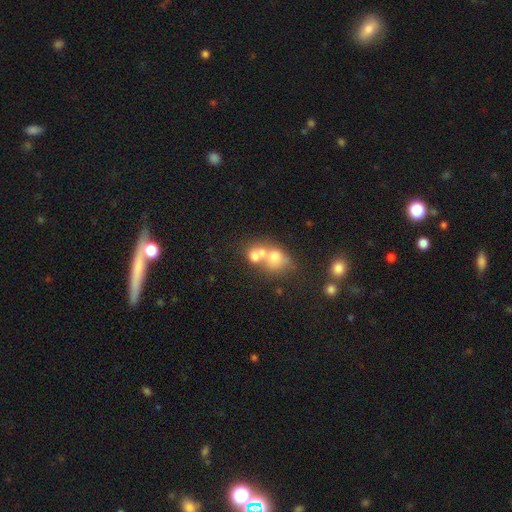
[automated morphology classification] The model was most divided on "how rounded": round: 64%, in between: 35%, cigar-shaped: 2%. More confident: merging — merger (66%); smooth or featured — smooth (59%).